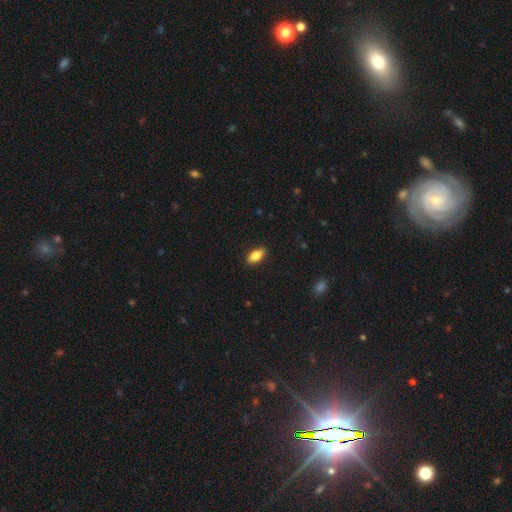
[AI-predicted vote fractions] smooth 82%, featured or disk 11%, star or artifact 7%. Down the decision tree: how rounded — in between (88%); merging — none (88%).